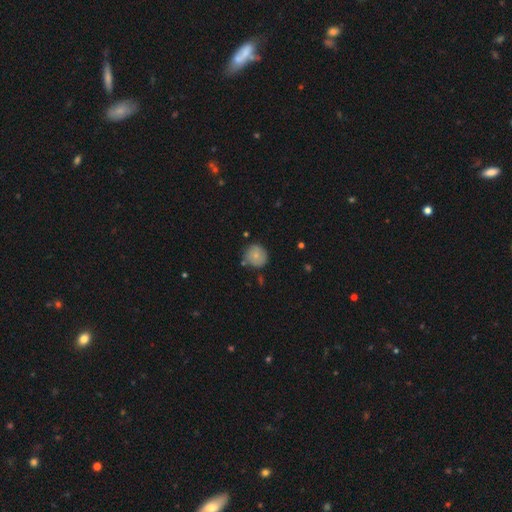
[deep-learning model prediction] A smooth galaxy with no disk features (74%) that is round (89%). Merging: none (74%).